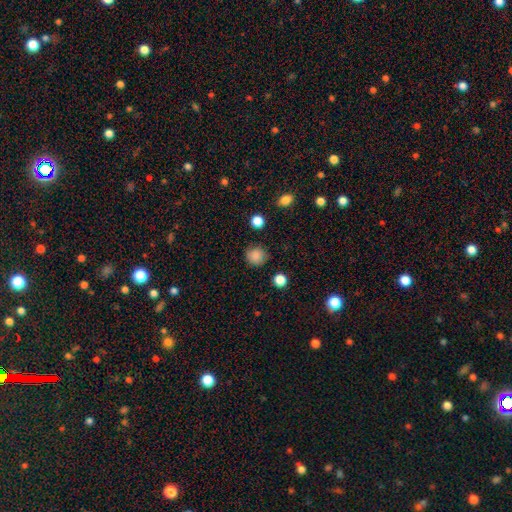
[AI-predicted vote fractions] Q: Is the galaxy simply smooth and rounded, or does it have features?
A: smooth — 86%.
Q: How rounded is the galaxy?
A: round — 92%.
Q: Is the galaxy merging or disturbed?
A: none — 85%.